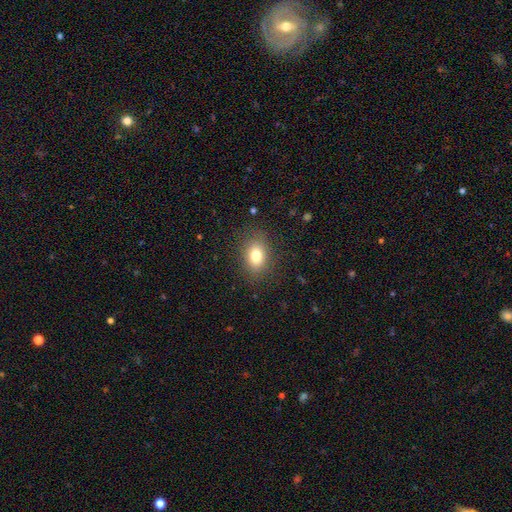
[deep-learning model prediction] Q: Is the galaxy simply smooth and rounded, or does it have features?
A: smooth — 78%.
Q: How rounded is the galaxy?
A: in between — 74%.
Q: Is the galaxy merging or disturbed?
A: none — 85%.